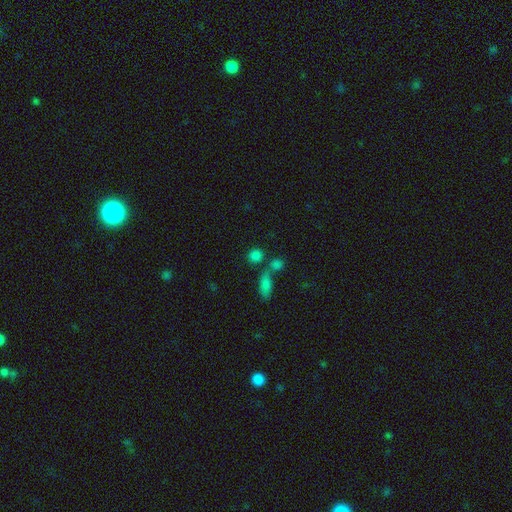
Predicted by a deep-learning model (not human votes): smooth_or_featured: smooth (p=0.81) [alt: star or artifact p=0.13]
how_rounded: round (p=0.70) [alt: in between p=0.27]
merging: none (p=0.57) [alt: merger p=0.29]